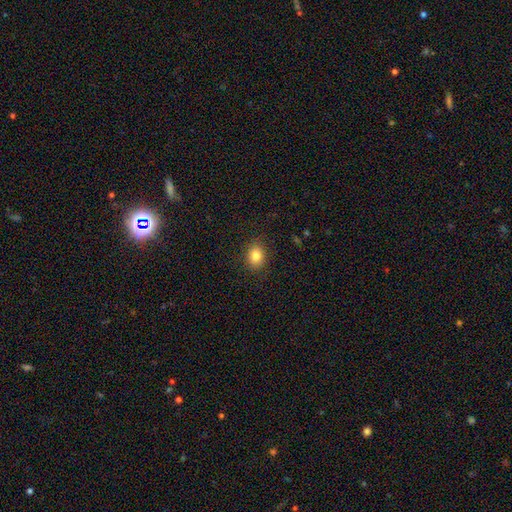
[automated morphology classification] smooth_or_featured: smooth (p=0.82) [alt: star or artifact p=0.11]
how_rounded: round (p=0.52) [alt: in between p=0.47]
merging: none (p=0.89) [alt: minor disturbance p=0.08]